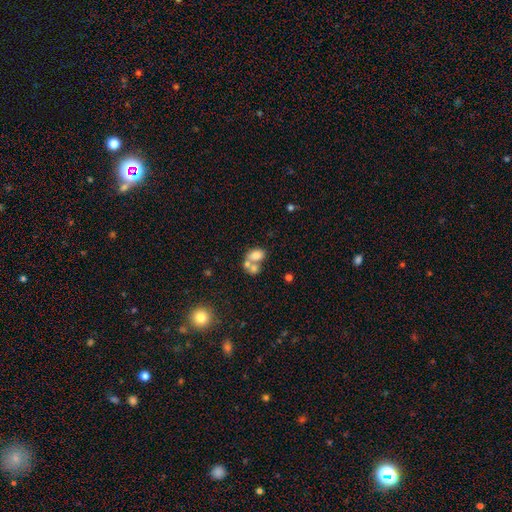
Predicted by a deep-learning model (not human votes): Smooth or featured? Predicted: smooth (p=0.69). How rounded? Predicted: in between (p=0.74). Merging? Predicted: merger (p=0.60).